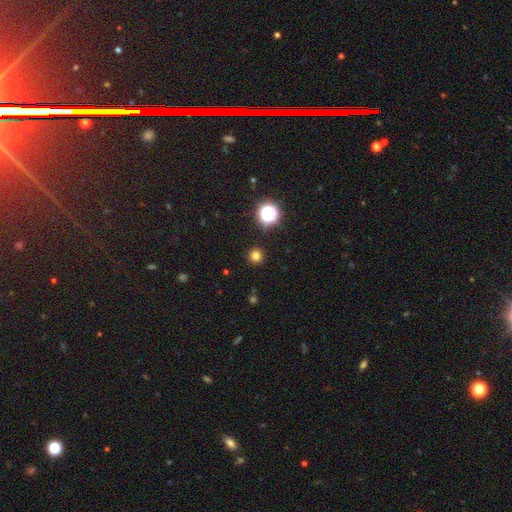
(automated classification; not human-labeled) smooth_or_featured: smooth (p=0.77) [alt: star or artifact p=0.18]
how_rounded: round (p=0.96) [alt: in between p=0.03]
merging: none (p=0.92) [alt: minor disturbance p=0.05]